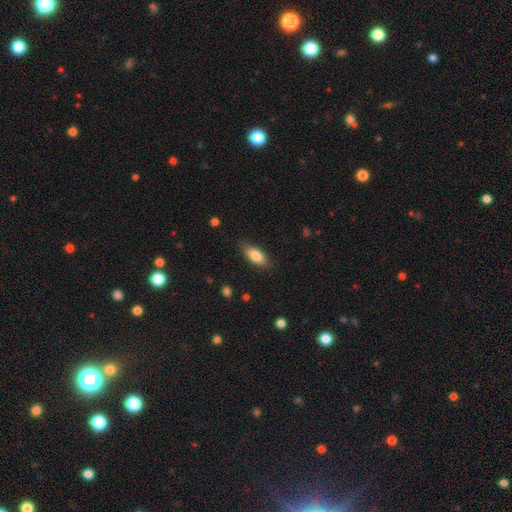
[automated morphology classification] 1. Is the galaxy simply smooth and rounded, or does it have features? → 81% smooth, 12% featured or disk, 6% star or artifact.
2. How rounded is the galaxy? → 80% in between, 17% cigar-shaped, 3% round.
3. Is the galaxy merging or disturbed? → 81% none, 15% minor disturbance, 3% major disturbance, 1% merger.